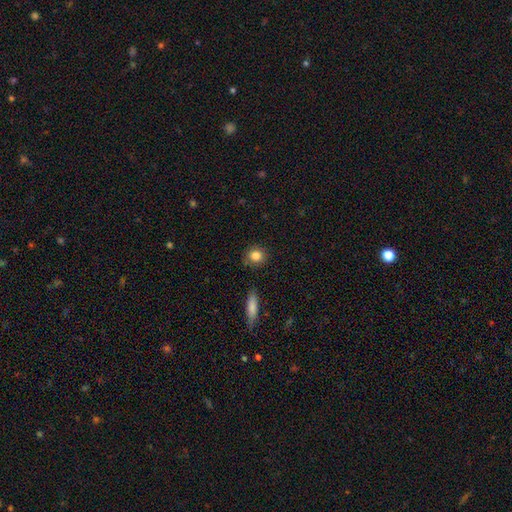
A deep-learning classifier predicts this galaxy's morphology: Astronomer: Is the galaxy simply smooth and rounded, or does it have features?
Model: smooth — 84%.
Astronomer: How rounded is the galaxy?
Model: round — 80%.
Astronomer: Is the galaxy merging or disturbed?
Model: none — 84%.